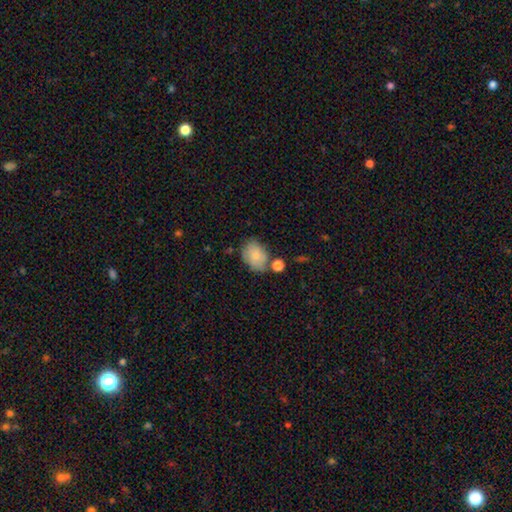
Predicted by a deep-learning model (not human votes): This appears to be a smooth galaxy with no disk features (80%) that is in between round and cigar-shaped (75%). Merging: none (59%).